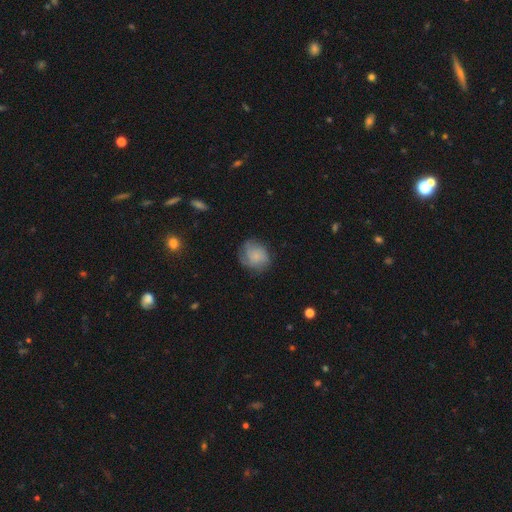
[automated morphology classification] smooth-or-featured: smooth: 63% | featured or disk: 28% | star or artifact: 9%
  how-rounded: round: 76% | in between: 23% | cigar-shaped: 1%
  merging: none: 66% | minor disturbance: 23% | major disturbance: 10% | merger: 1%